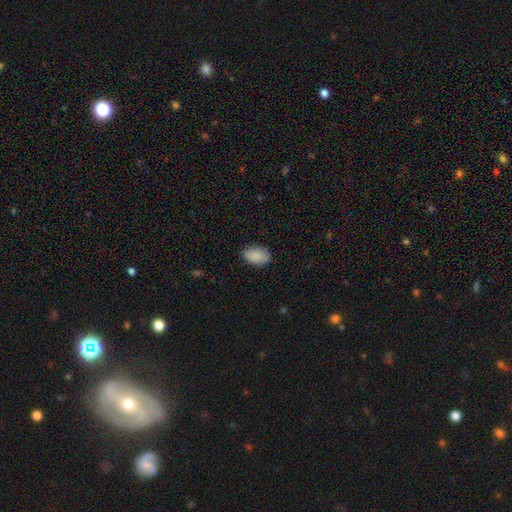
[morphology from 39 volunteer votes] This appears to be a smooth galaxy with no disk features (85%) that is in between round and cigar-shaped (94%). Merging: none (60%).